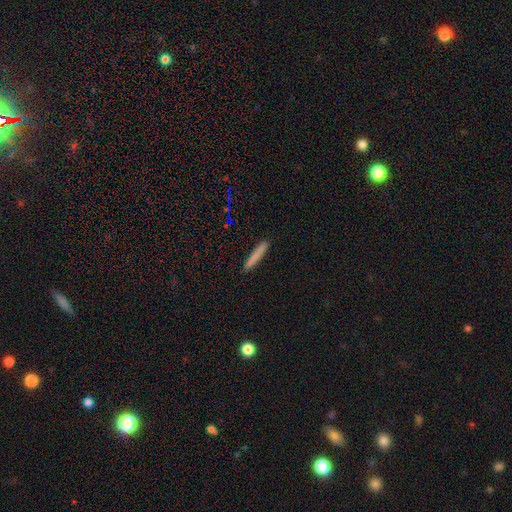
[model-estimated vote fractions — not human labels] smooth 80%, featured or disk 13%, star or artifact 7%. Down the decision tree: how rounded — cigar-shaped (96%); merging — none (91%).